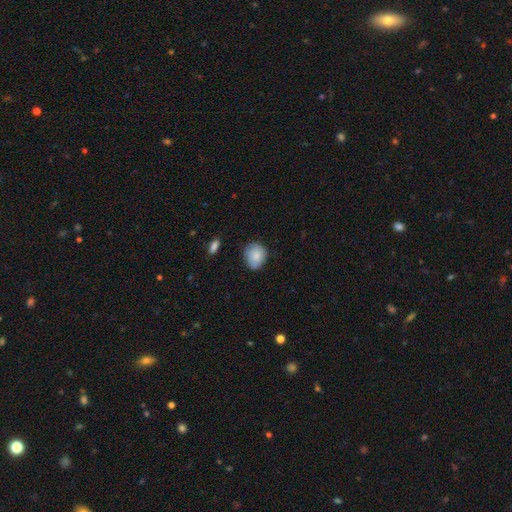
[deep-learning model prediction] The model was most divided on "how rounded": round: 61%, in between: 38%, cigar-shaped: 1%. More confident: smooth or featured — smooth (81%); merging — none (68%).